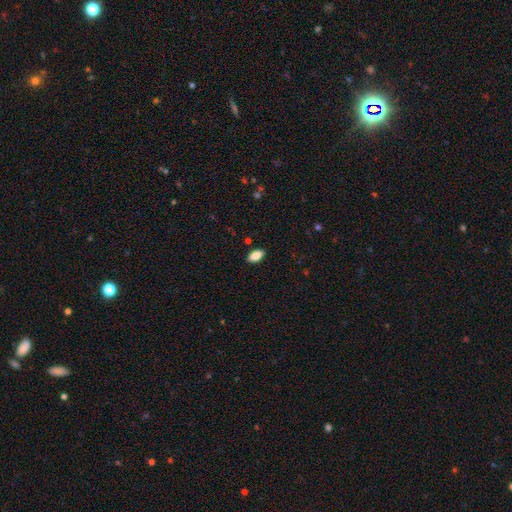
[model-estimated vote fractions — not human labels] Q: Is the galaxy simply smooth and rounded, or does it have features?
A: smooth — 85%.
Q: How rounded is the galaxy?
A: in between — 91%.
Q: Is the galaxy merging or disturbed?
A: none — 88%.